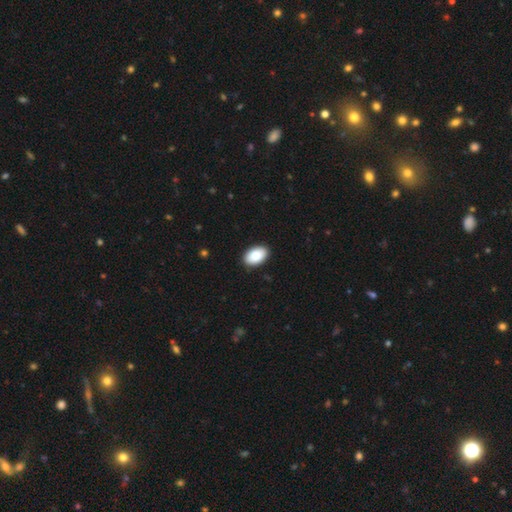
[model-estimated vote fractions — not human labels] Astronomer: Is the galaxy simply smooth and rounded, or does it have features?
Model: smooth — 83%.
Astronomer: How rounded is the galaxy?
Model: in between — 92%.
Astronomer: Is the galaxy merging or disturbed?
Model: none — 91%.